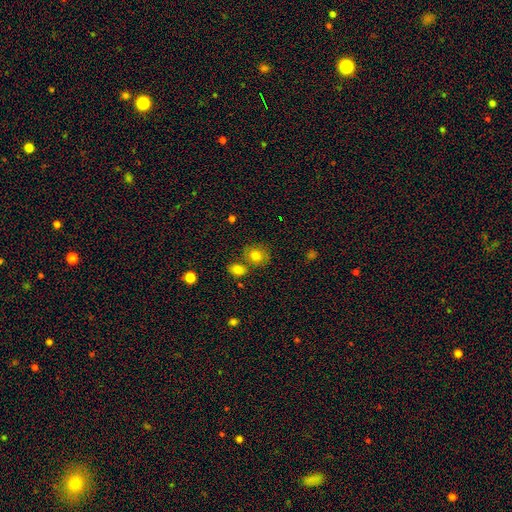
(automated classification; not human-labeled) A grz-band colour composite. It shows a smooth galaxy with no disk features (79%) that is round (71%). Merging: none (63%).